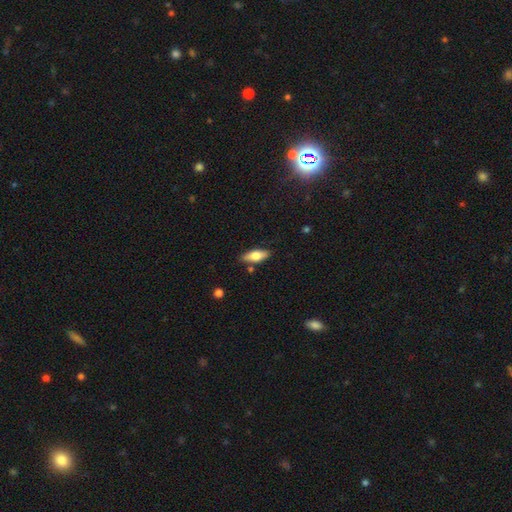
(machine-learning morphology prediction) This appears to be a smooth galaxy with no disk features (70%) that is in between round and cigar-shaped (71%). Merging: none (81%).